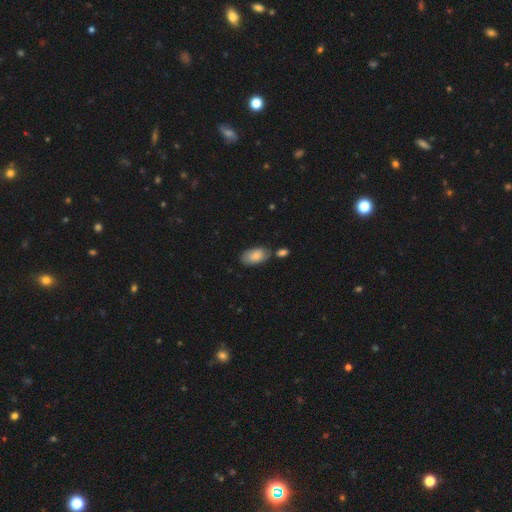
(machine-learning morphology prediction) Smooth or featured: smooth — 81% (featured or disk — 12%)
How rounded: in between — 94% (round — 4%)
Merging: none — 62% (minor disturbance — 19%)